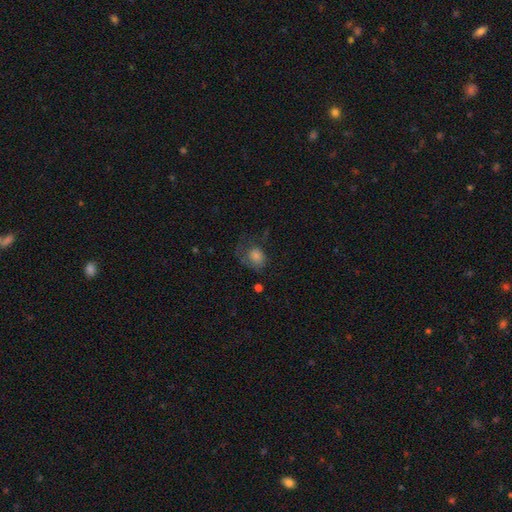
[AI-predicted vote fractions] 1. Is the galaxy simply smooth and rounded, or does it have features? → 56% smooth, 29% featured or disk, 15% star or artifact.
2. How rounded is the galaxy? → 55% round, 44% in between, 1% cigar-shaped.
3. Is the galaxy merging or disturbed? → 38% none, 37% major disturbance, 22% minor disturbance, 2% merger.